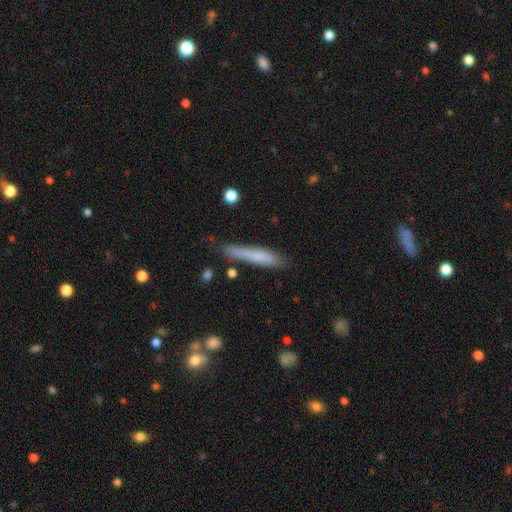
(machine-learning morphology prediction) This is likely a smooth galaxy (71%). How rounded: clearly cigar-shaped (93%). Merging: likely none (73%).